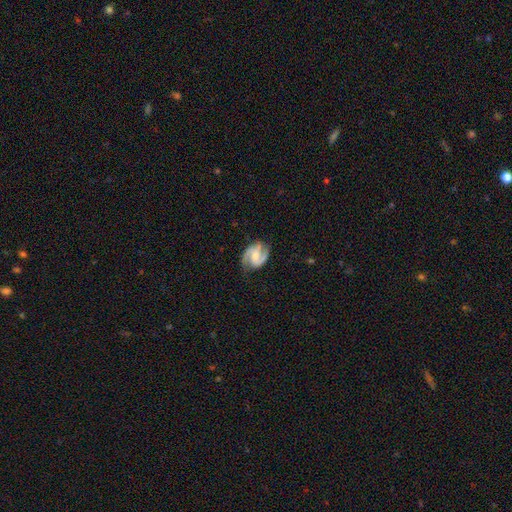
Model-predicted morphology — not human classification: Smooth or featured?
  - featured or disk: 87% *
  - smooth: 8%
  - star or artifact: 5%
Edge-on disk?
  - no: 98% *
  - yes: 2%
Bar?
  - weak: 46% *
  - no: 37%
  - strong: 17%
Spiral arms?
  - yes: 97% *
  - no: 3%
Spiral winding?
  - medium: 55% *
  - tight: 26%
  - loose: 19%
Spiral arm count?
  - 2: 89% *
  - 3: 4%
  - can't tell: 3%
  - 1: 2%
  - 4: 1%
  - more than 4: 1%
Bulge size?
  - moderate: 40% *
  - small: 39%
  - none: 15%
  - large: 5%
  - dominant: 1%
Merging?
  - none: 76% *
  - minor disturbance: 17%
  - major disturbance: 6%
  - merger: 1%